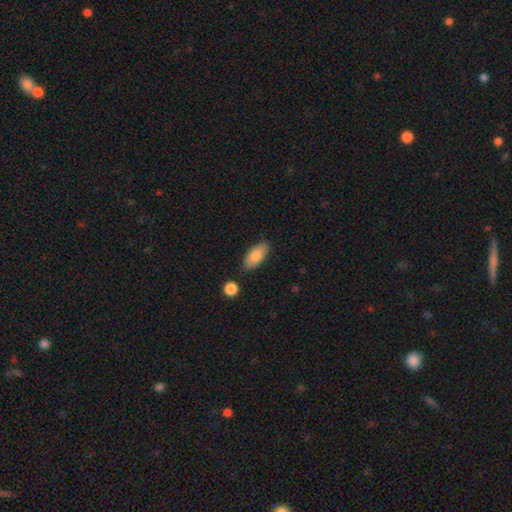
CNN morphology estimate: smooth_or_featured: smooth (p=0.83) [alt: featured or disk p=0.11]
how_rounded: in between (p=0.88) [alt: cigar-shaped p=0.10]
merging: none (p=0.81) [alt: minor disturbance p=0.13]